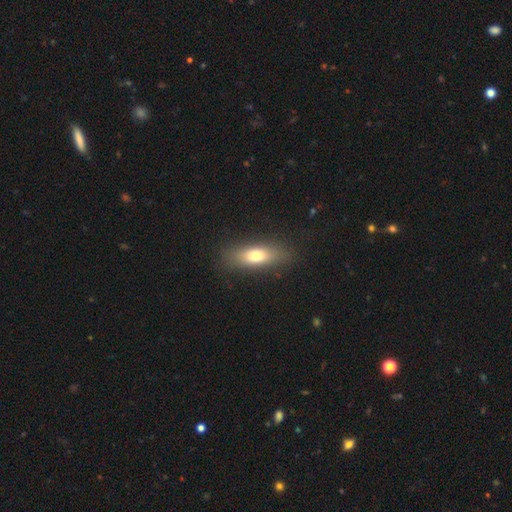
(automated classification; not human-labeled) The model was most divided on "how rounded": in between: 61%, cigar-shaped: 35%, round: 4%. More confident: merging — none (82%); smooth or featured — smooth (73%).